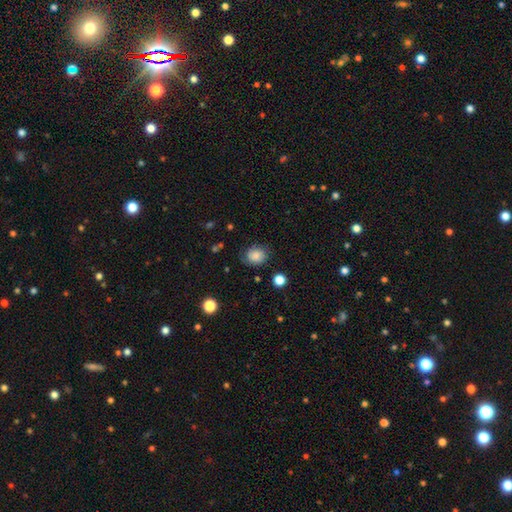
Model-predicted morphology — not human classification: A smooth galaxy with no disk features (76%) that is round (61%). Merging: none (75%).